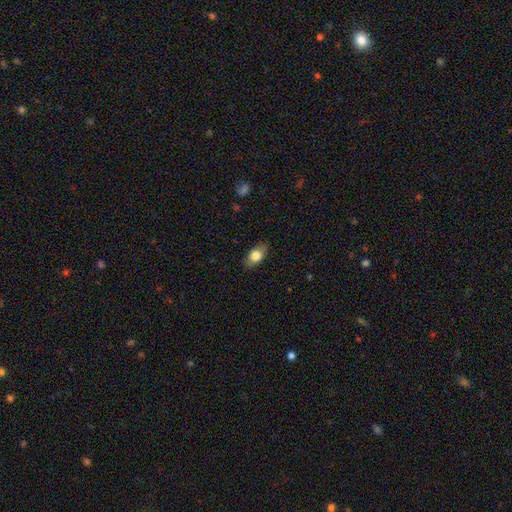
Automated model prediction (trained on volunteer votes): smooth_or_featured: smooth (p=0.76) [alt: featured or disk p=0.17]
how_rounded: in between (p=0.86) [alt: round p=0.10]
merging: none (p=0.84) [alt: minor disturbance p=0.13]